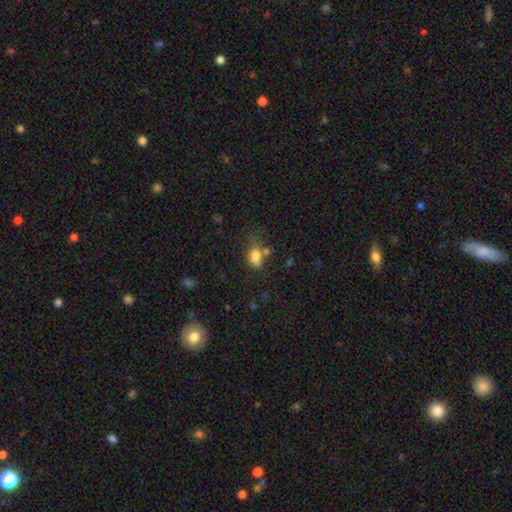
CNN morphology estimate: type=smooth (78%); roundness=in between (79%); merging=none (38%).